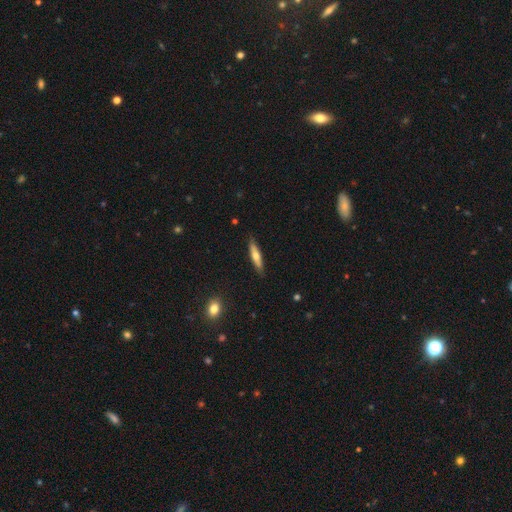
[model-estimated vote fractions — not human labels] smooth-or-featured: smooth: 55% | featured or disk: 39% | star or artifact: 6%
  how-rounded: cigar-shaped: 82% | in between: 16% | round: 2%
  merging: none: 86% | minor disturbance: 11% | major disturbance: 2% | merger: 1%